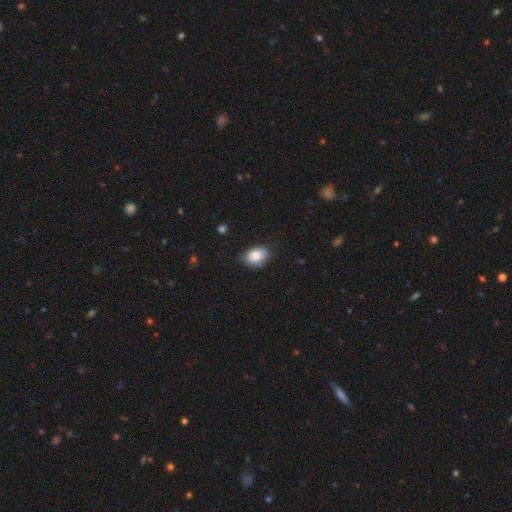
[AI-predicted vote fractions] The model was most divided on "merging": none: 77%, minor disturbance: 18%, major disturbance: 4%, merger: 1%. More confident: smooth or featured — smooth (84%); how rounded — in between (82%).